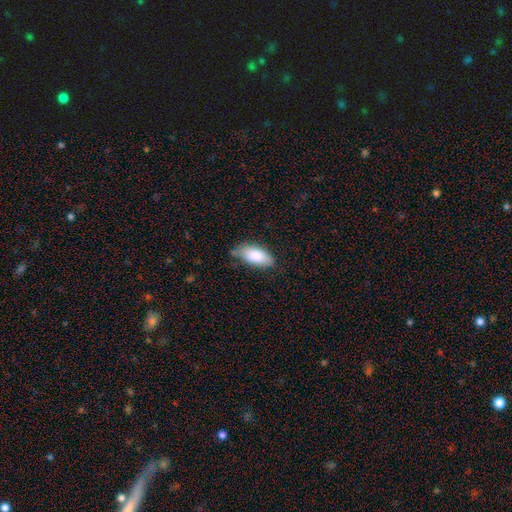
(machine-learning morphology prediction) type=smooth (84%); roundness=in between (89%); merging=none (61%).